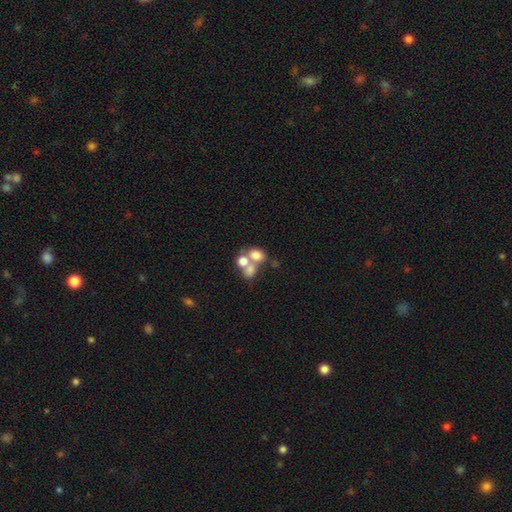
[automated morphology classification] smooth_or_featured: smooth (p=0.66) [alt: featured or disk p=0.22]
how_rounded: in between (p=0.51) [alt: round p=0.48]
merging: merger (p=0.59) [alt: none p=0.27]